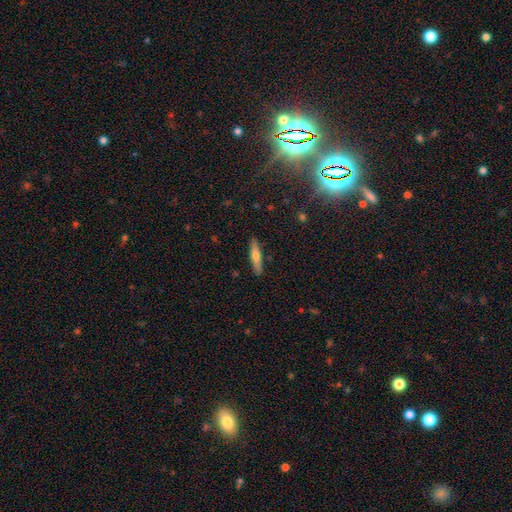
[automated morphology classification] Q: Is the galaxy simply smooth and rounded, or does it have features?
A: smooth — 62%.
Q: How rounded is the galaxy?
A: cigar-shaped — 84%.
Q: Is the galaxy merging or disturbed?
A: none — 89%.